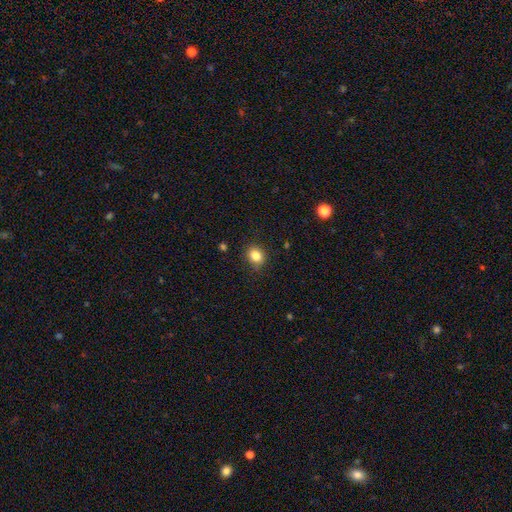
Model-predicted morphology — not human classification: Q: Smooth or featured?
A: smooth (84%); runner-up: star or artifact (10%)
Q: How rounded?
A: round (57%); runner-up: in between (42%)
Q: Merging?
A: none (84%); runner-up: minor disturbance (12%)